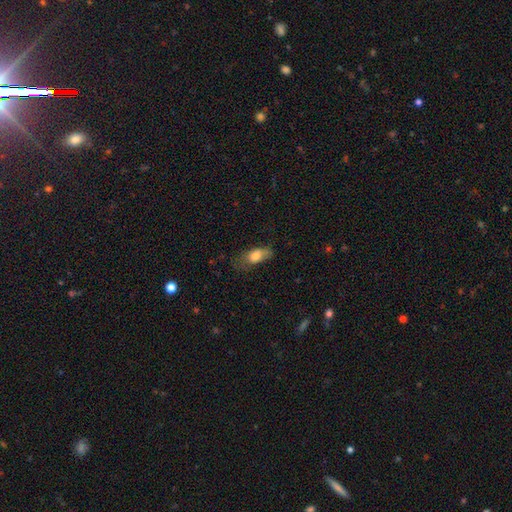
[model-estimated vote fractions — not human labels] Smooth or featured: smooth — 77% (featured or disk — 15%)
How rounded: in between — 85% (cigar-shaped — 10%)
Merging: none — 40% (minor disturbance — 34%)